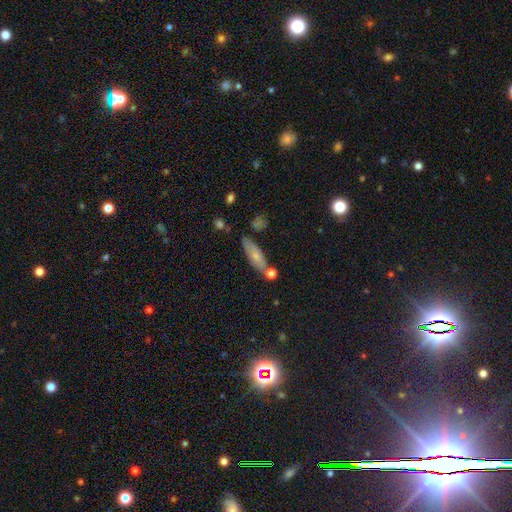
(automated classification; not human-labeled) Smooth or featured? smooth (64%)
How rounded? in between (54%)
Merging? none (62%)